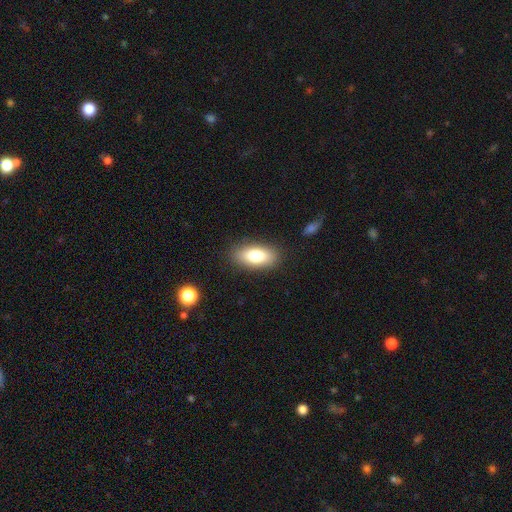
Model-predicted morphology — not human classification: smooth_or_featured: smooth (p=0.77) [alt: featured or disk p=0.15]
how_rounded: in between (p=0.87) [alt: cigar-shaped p=0.09]
merging: none (p=0.86) [alt: minor disturbance p=0.10]